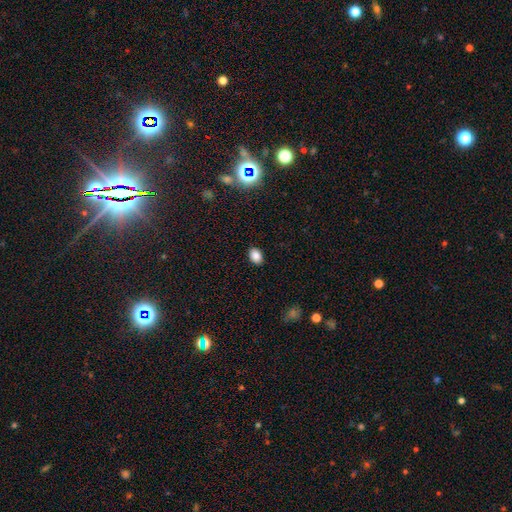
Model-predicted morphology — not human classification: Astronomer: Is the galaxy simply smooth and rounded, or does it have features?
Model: smooth — 86%.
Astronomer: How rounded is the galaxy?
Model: in between — 79%.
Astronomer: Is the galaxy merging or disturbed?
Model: none — 88%.